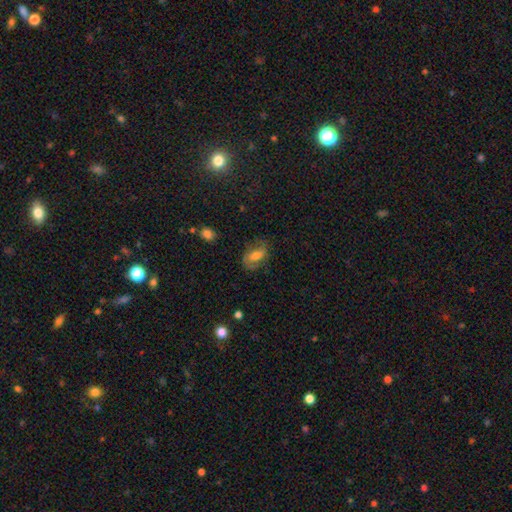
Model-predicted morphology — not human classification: The model was most divided on "smooth or featured": smooth: 48%, featured or disk: 43%, star or artifact: 9%. More confident: merging — none (65%).